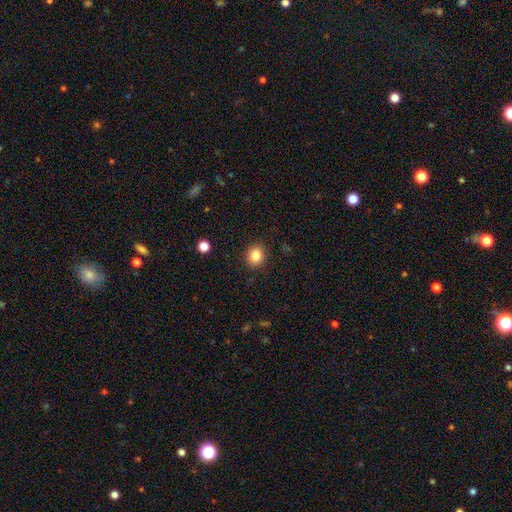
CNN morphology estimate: This appears to be a smooth galaxy with no disk features (84%) that is round (71%). Merging: none (90%).